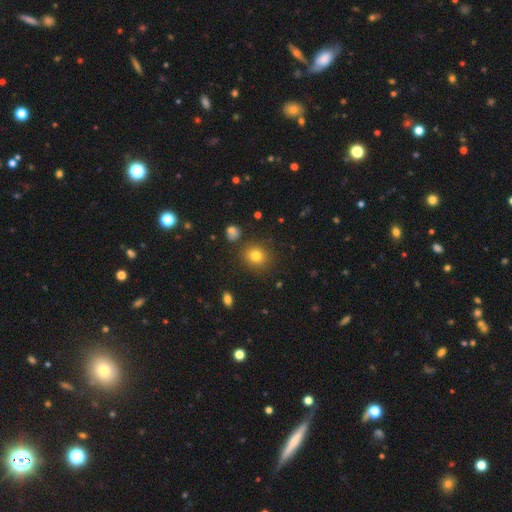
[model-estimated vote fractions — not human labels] A smooth galaxy with no disk features (79%) that is round (78%). Merging: none (86%).